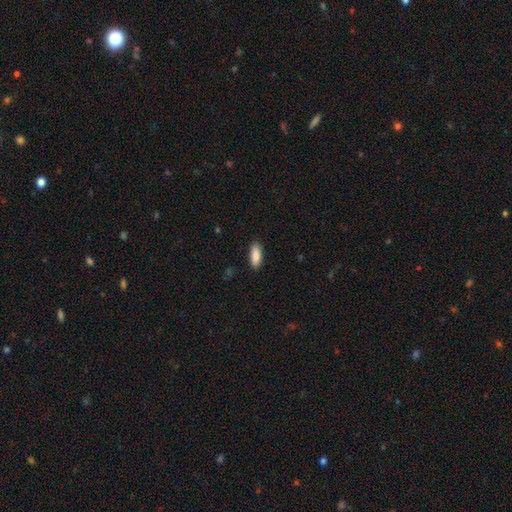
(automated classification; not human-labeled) This appears to be a smooth galaxy with no disk features (88%) that is in between round and cigar-shaped (74%). Merging: none (88%).